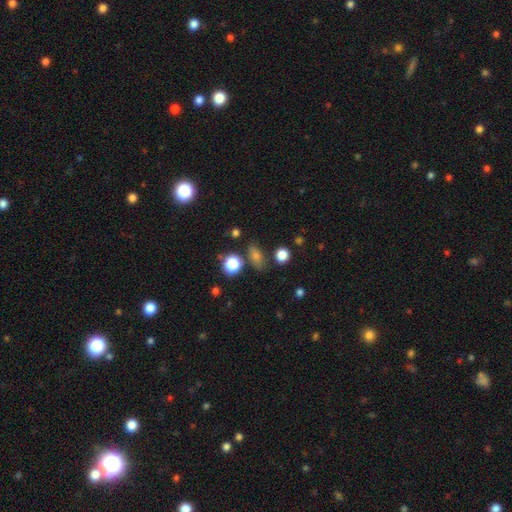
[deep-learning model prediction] Smooth or featured: smooth — 69% (star or artifact — 19%)
How rounded: in between — 65% (round — 26%)
Merging: none — 76% (minor disturbance — 13%)